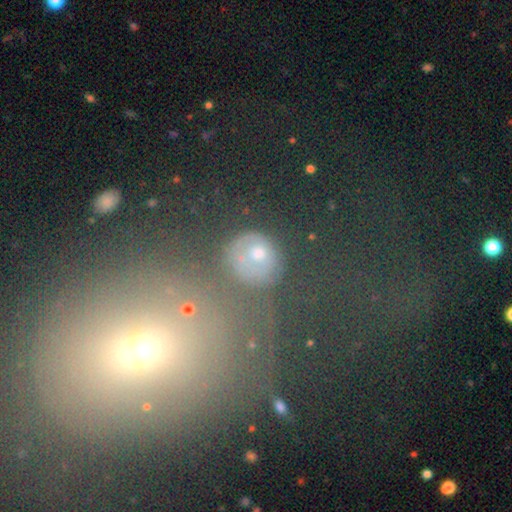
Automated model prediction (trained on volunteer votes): This is possibly a smooth galaxy (47%). Merging: likely none (61%).